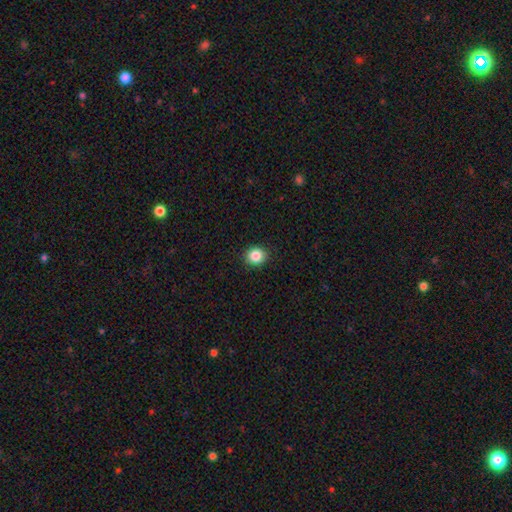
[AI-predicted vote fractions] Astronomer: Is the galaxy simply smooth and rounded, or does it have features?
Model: smooth — 86%.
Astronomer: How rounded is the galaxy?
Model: round — 83%.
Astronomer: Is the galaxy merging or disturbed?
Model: none — 92%.